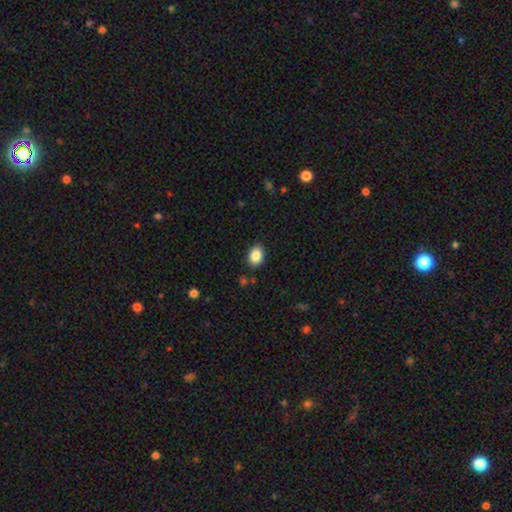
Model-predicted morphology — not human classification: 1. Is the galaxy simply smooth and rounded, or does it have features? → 86% smooth, 8% star or artifact, 5% featured or disk.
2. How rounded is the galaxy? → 71% in between, 28% round, 1% cigar-shaped.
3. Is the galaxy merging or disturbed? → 85% none, 11% minor disturbance, 2% major disturbance, 2% merger.